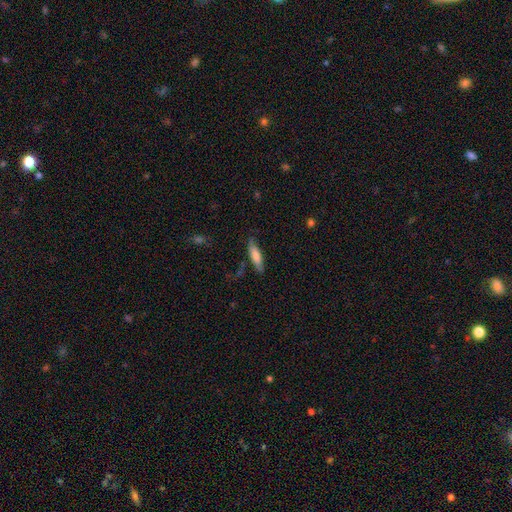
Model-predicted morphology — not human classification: This is likely a smooth galaxy (69%). How rounded: likely cigar-shaped (69%). Merging: likely none (75%).